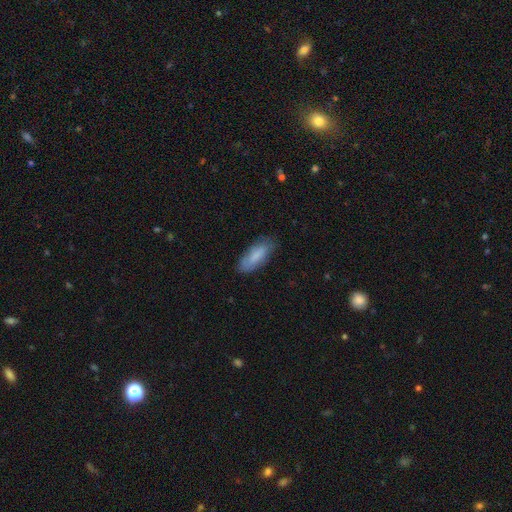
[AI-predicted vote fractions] smooth_or_featured: smooth (p=0.80) [alt: featured or disk p=0.14]
how_rounded: in between (p=0.67) [alt: cigar-shaped p=0.31]
merging: none (p=0.77) [alt: minor disturbance p=0.18]